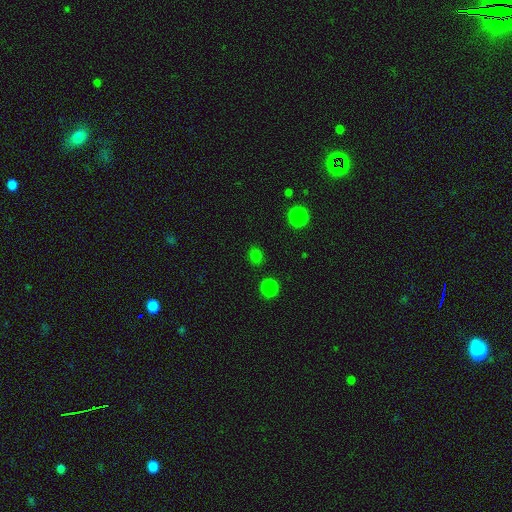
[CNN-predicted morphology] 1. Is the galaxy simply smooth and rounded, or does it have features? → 74% smooth, 23% star or artifact, 4% featured or disk.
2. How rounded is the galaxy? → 73% round, 26% in between, 1% cigar-shaped.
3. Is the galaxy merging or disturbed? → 86% none, 8% minor disturbance, 3% major disturbance, 2% merger.